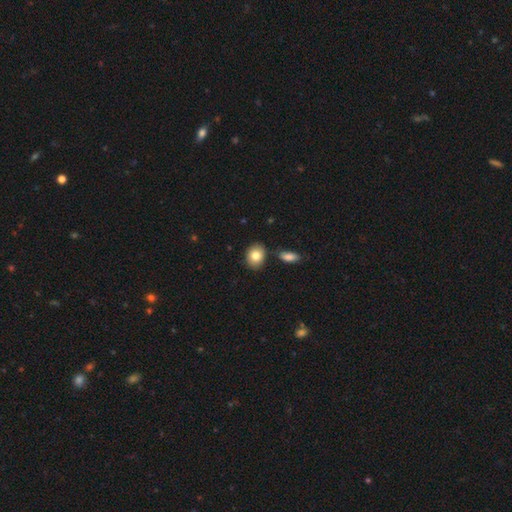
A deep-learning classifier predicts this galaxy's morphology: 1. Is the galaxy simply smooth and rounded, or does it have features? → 82% smooth, 10% featured or disk, 8% star or artifact.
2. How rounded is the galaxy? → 49% round (tied), 49% in between (tied), 1% cigar-shaped.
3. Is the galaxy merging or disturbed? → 81% none, 10% minor disturbance, 6% merger, 2% major disturbance.